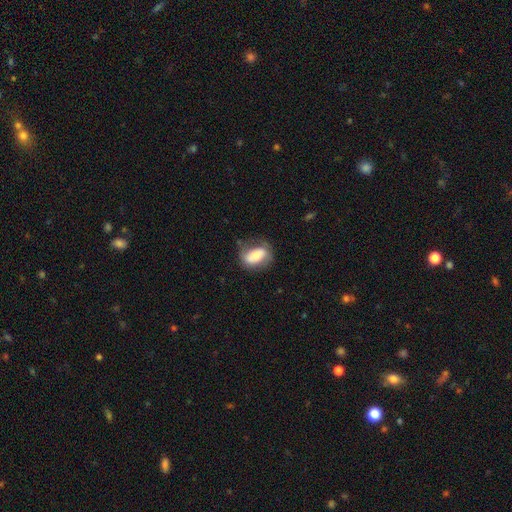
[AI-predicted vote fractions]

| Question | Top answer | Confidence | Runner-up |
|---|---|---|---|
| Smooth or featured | smooth | 61% | featured or disk (32%) |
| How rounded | in between | 82% | round (13%) |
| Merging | none | 64% | minor disturbance (24%) |